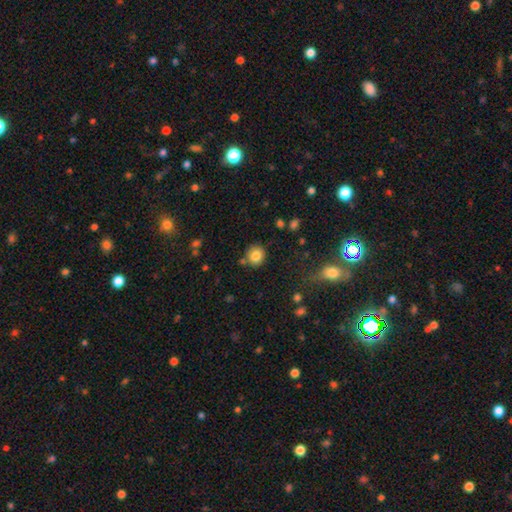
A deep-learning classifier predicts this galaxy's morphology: This is clearly a smooth galaxy (82%). How rounded: clearly round (84%). Merging: likely none (78%).